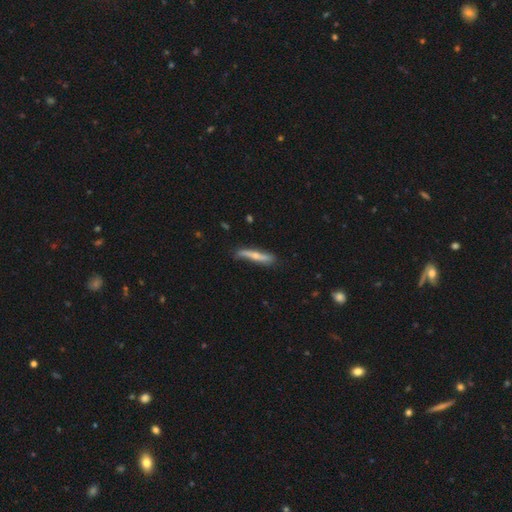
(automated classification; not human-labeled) Overall: featured or disk (52%; smooth 42%). Edge-on disk: yes (80%). Merging: none (71%).